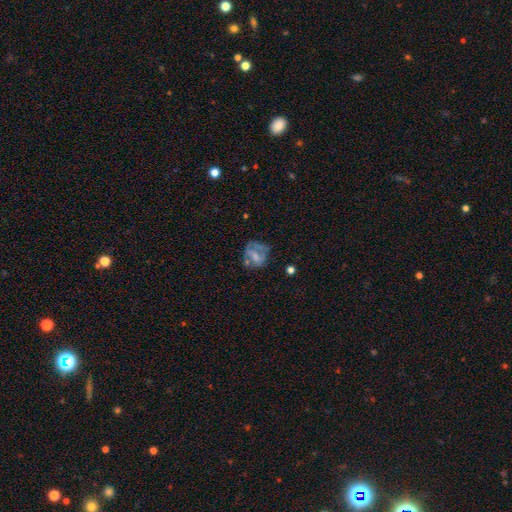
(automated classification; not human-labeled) Smooth or featured: featured or disk — 48% (smooth — 40%)
Merging: none — 38% (major disturbance — 30%)